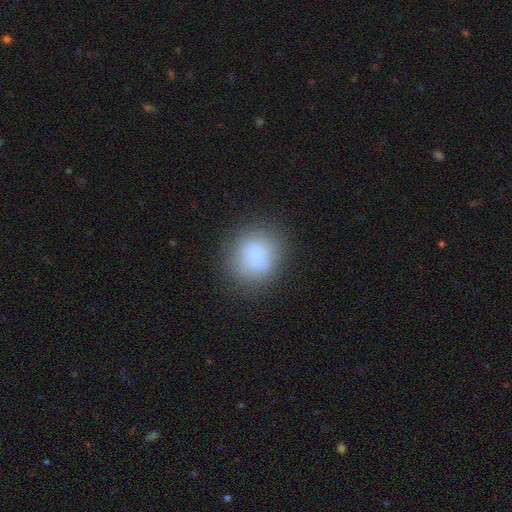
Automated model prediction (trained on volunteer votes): Smooth or featured?
  - smooth: 78% *
  - featured or disk: 13%
  - star or artifact: 10%
How rounded?
  - round: 81% *
  - in between: 18%
  - cigar-shaped: 1%
Merging?
  - none: 71% *
  - minor disturbance: 17%
  - major disturbance: 7%
  - merger: 5%